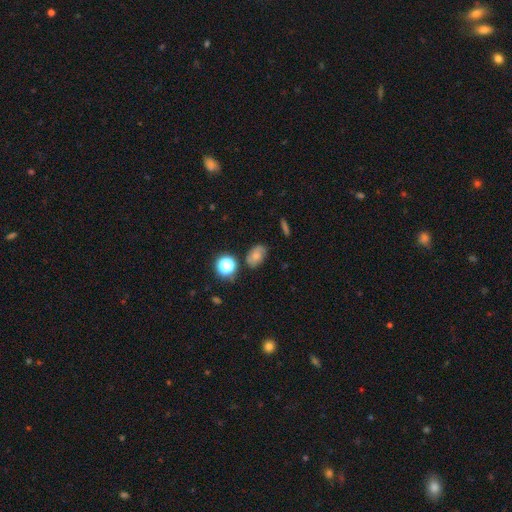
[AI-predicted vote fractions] Overall: smooth (56%; featured or disk 27%). How rounded: in between (71%). Merging: none (70%).